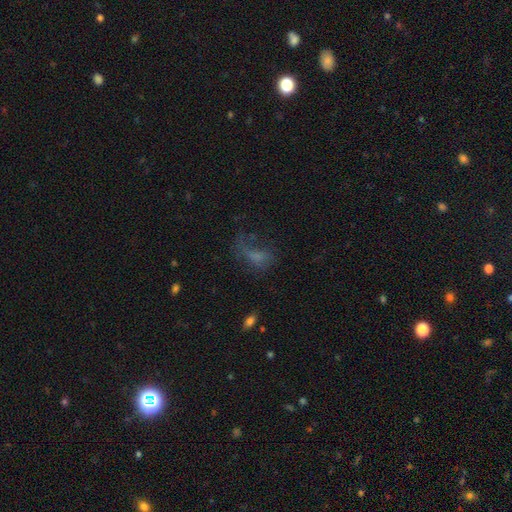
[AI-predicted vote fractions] A smooth galaxy with no disk features (48%). Merging: major disturbance (44%).